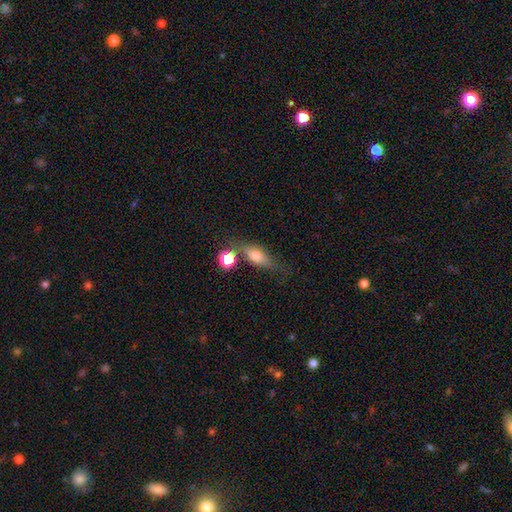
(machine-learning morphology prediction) smooth-or-featured: smooth: 66% | featured or disk: 23% | star or artifact: 11%
  how-rounded: in between: 68% | cigar-shaped: 19% | round: 13%
  merging: none: 49% | minor disturbance: 22% | merger: 16% | major disturbance: 13%